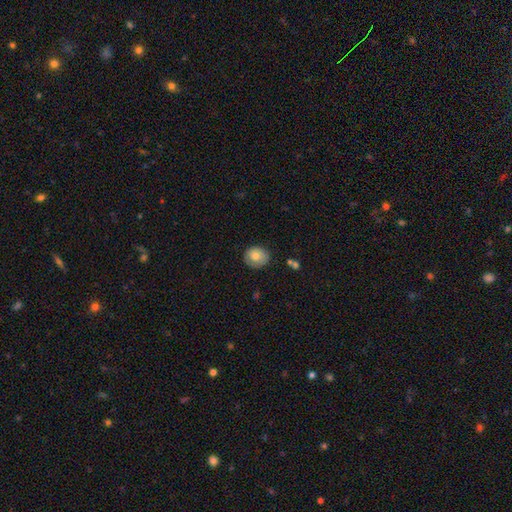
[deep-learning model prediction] Overall: smooth (74%). How rounded: round (72%). Merging: none (78%).